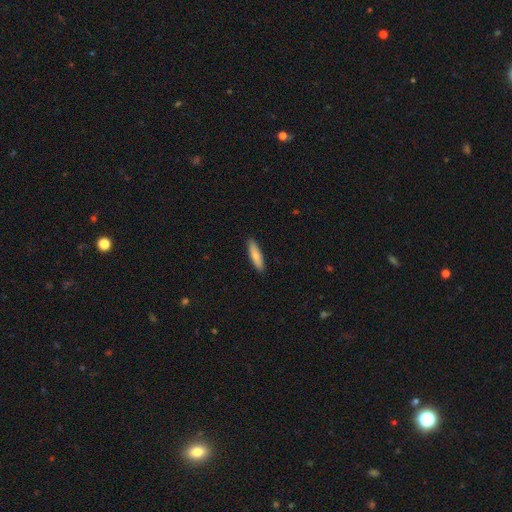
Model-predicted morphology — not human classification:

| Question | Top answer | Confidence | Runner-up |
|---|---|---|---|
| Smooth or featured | smooth | 79% | featured or disk (15%) |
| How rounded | cigar-shaped | 71% | in between (28%) |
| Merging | none | 91% | minor disturbance (7%) |